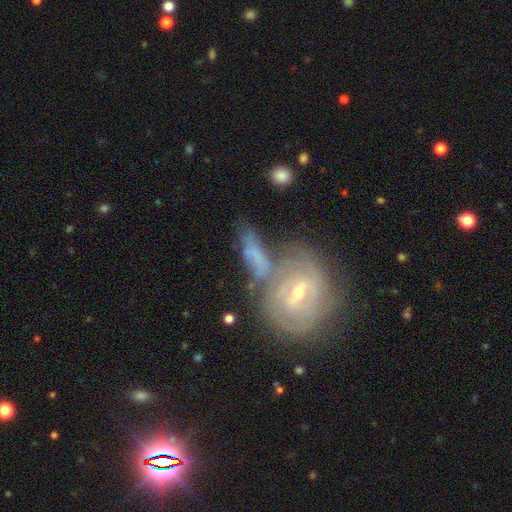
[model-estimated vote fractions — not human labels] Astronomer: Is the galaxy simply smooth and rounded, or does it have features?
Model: featured or disk — 61%.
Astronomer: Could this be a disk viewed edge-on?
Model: no — 91%.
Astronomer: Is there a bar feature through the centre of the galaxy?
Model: weak — 40% (runner-up: no, 34%).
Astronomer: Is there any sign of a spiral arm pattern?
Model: yes — 64%.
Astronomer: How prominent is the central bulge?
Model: small — 44% (runner-up: moderate, 43%).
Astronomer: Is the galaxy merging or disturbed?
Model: merger — 43% (runner-up: none, 30%).